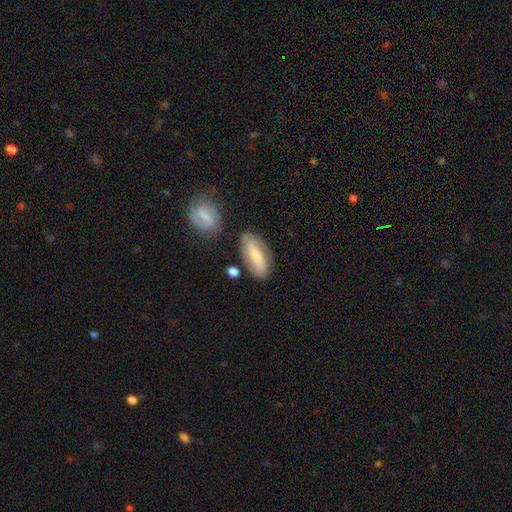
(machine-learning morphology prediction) A smooth galaxy with no disk features (51%) that is in between round and cigar-shaped (70%).

Vote fractions:
- Smooth or featured? smooth: 51% / featured or disk: 42% / star or artifact: 6%
- How rounded? in between: 70% / cigar-shaped: 27% / round: 3%
- Merging? none: 74% / minor disturbance: 15% / merger: 7% / major disturbance: 4%